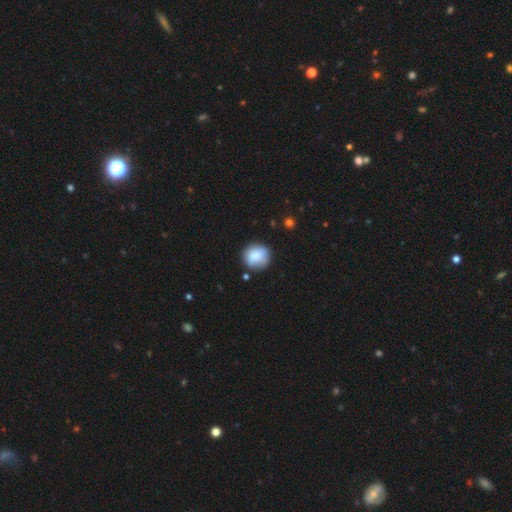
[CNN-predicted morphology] Smooth or featured? Predicted: smooth (p=0.82). How rounded? Predicted: round (p=0.83). Merging? Predicted: none (p=0.77).